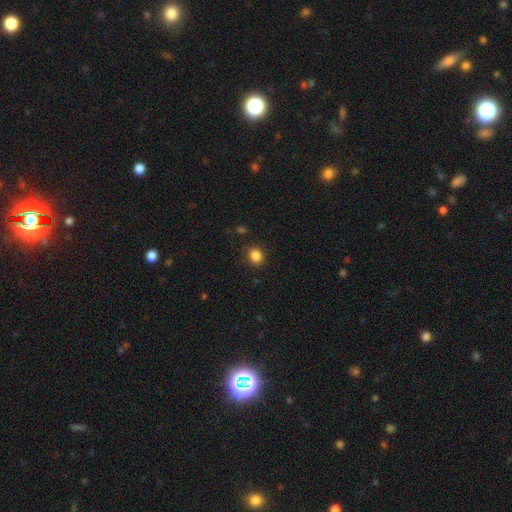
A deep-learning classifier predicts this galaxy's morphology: smooth_or_featured: smooth (p=0.86) [alt: star or artifact p=0.11]
how_rounded: round (p=0.67) [alt: in between p=0.32]
merging: none (p=0.84) [alt: minor disturbance p=0.12]